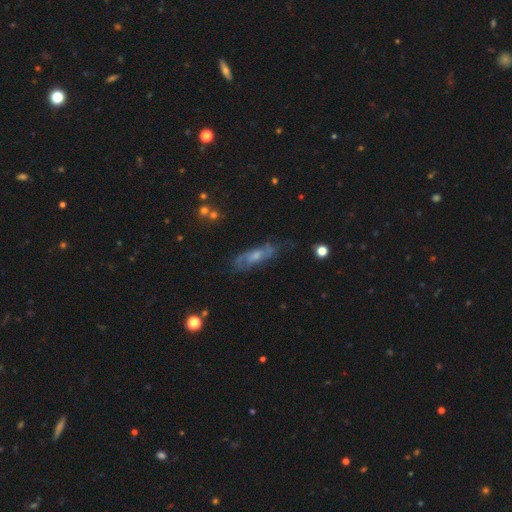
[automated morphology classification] smooth_or_featured: featured or disk (p=0.67) [alt: smooth p=0.23]
disk_edge_on: no (p=0.76) [alt: yes p=0.24]
bar: no (p=0.63) [alt: weak p=0.31]
has_spiral_arms: yes (p=0.80) [alt: no p=0.20]
bulge_size: moderate (p=0.48) [alt: small p=0.41]
merging: none (p=0.65) [alt: minor disturbance p=0.22]